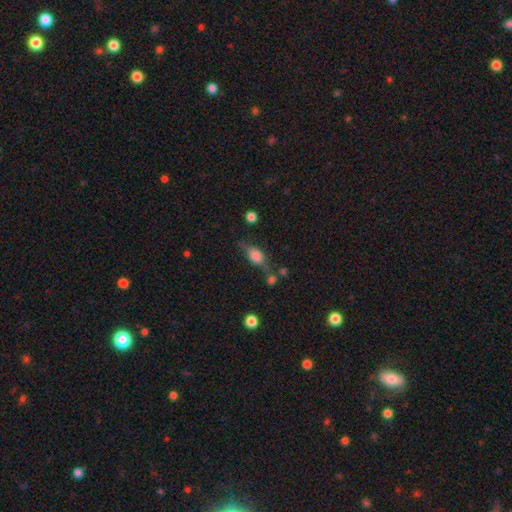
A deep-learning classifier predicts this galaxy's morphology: smooth-or-featured: smooth: 67% | featured or disk: 24% | star or artifact: 9%
  how-rounded: in between: 77% | cigar-shaped: 12% | round: 10%
  merging: none: 53% | minor disturbance: 26% | major disturbance: 12% | merger: 9%